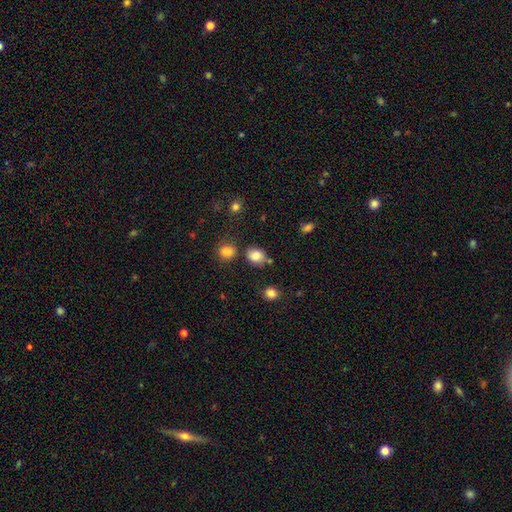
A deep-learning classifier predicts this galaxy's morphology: Q: Smooth or featured?
A: smooth (82%); runner-up: star or artifact (11%)
Q: How rounded?
A: round (57%); runner-up: in between (42%)
Q: Merging?
A: none (72%); runner-up: minor disturbance (15%)